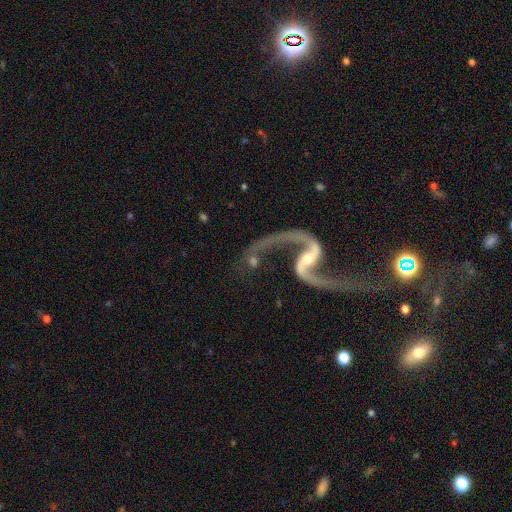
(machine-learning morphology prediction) This appears to be a featured or disk galaxy (92%) with a weak bar (37%), 2 (94%) loose (84%) spiral arms (97%) and a small central bulge (68%). Merging: none (60%).